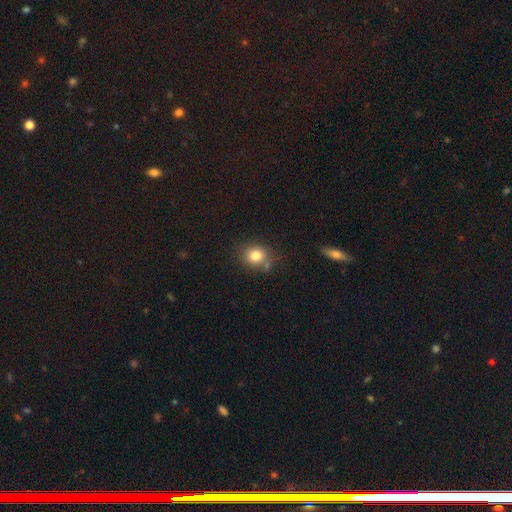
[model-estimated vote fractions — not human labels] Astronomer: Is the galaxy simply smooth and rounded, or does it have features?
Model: smooth — 81%.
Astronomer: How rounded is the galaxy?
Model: round — 70%.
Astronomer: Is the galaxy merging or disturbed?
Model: none — 71%.